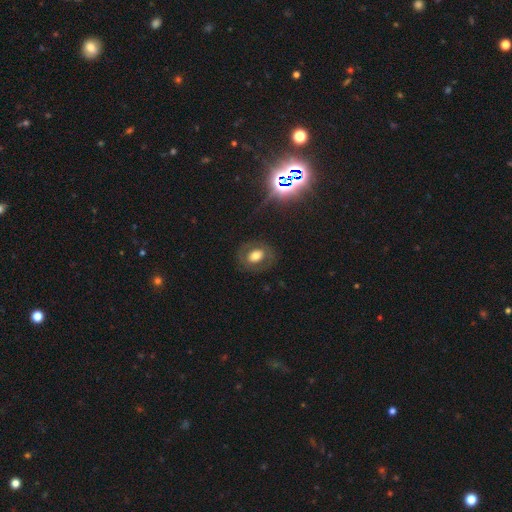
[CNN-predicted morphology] Q: Smooth or featured?
A: smooth (52%); runner-up: featured or disk (35%)
Q: How rounded?
A: in between (56%); runner-up: round (43%)
Q: Merging?
A: none (79%); runner-up: minor disturbance (12%)